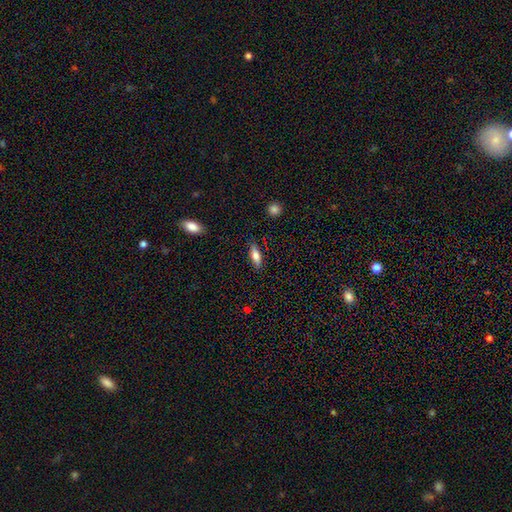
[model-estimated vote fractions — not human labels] Q: Smooth or featured?
A: smooth (72%); runner-up: featured or disk (21%)
Q: How rounded?
A: in between (59%); runner-up: cigar-shaped (39%)
Q: Merging?
A: none (86%); runner-up: minor disturbance (10%)